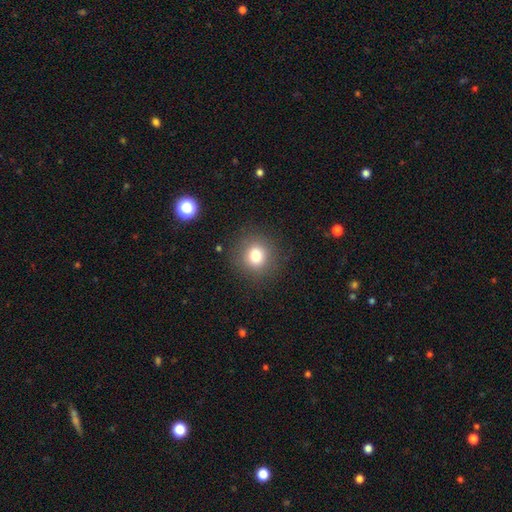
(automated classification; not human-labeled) smooth-or-featured: smooth: 79% | star or artifact: 12% | featured or disk: 8%
  how-rounded: round: 88% | in between: 12% | cigar-shaped: 1%
  merging: none: 87% | minor disturbance: 8% | major disturbance: 4% | merger: 1%